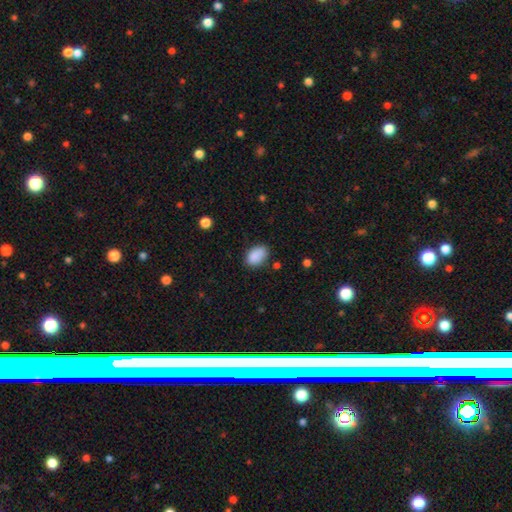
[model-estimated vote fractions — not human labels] smooth 88%, star or artifact 8%, featured or disk 4%. Down the decision tree: how rounded — in between (87%); merging — none (74%).